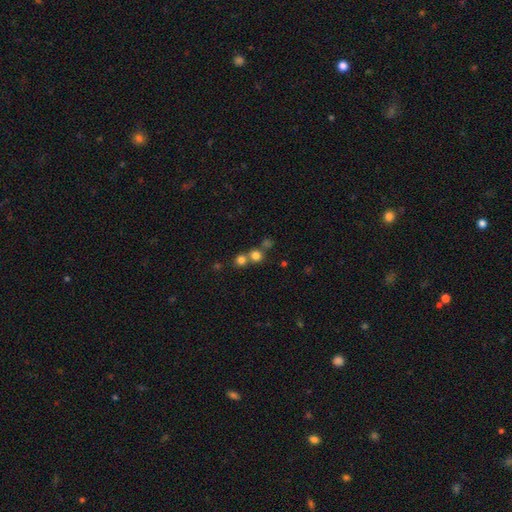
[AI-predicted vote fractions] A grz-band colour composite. It shows a smooth galaxy with no disk features (75%) that is round (89%). Merging: none (51%).